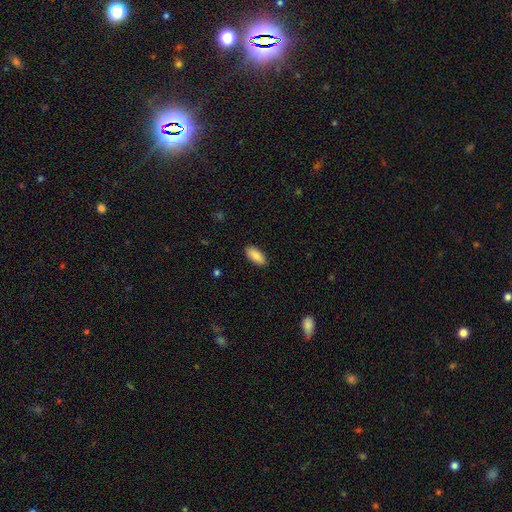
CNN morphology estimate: smooth-or-featured: smooth: 88% | star or artifact: 6% | featured or disk: 5%
  how-rounded: in between: 85% | cigar-shaped: 13% | round: 2%
  merging: none: 89% | minor disturbance: 8% | major disturbance: 2% | merger: 1%